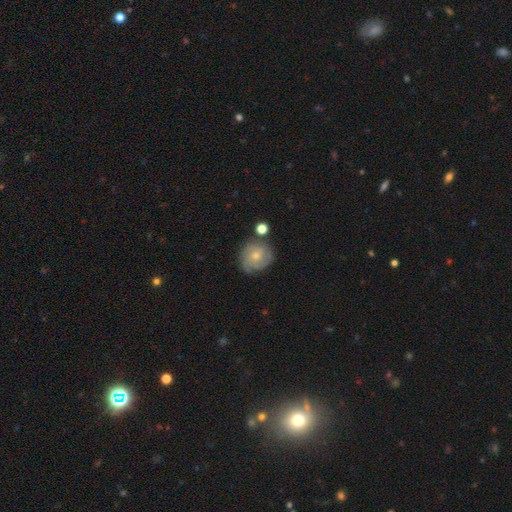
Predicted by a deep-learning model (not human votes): smooth-or-featured: featured or disk: 59% | smooth: 33% | star or artifact: 8%
  disk-edge-on: no: 98% | yes: 2%
    bar: no: 75% | weak: 22% | strong: 3%
    has-spiral-arms: yes: 87% | no: 13%
    bulge-size: small: 61% | moderate: 34% | none: 2% | large: 1% | dominant: 1%
  merging: none: 70% | minor disturbance: 18% | merger: 7% | major disturbance: 5%